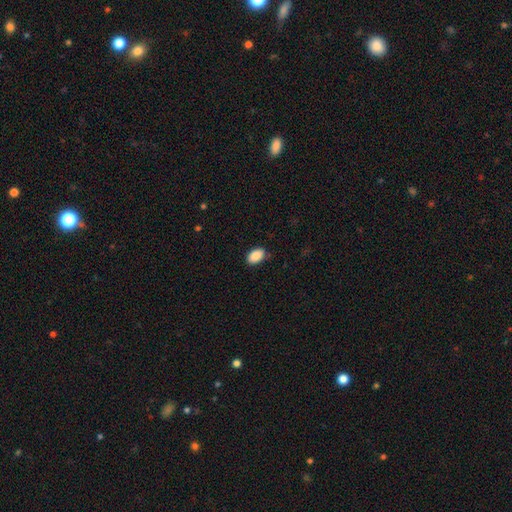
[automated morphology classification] A smooth galaxy with no disk features (90%) that is in between round and cigar-shaped (91%).

Vote fractions:
- Smooth or featured? smooth: 90% / star or artifact: 7% / featured or disk: 3%
- How rounded? in between: 91% / round: 7% / cigar-shaped: 1%
- Merging? none: 84% / minor disturbance: 12% / major disturbance: 2% / merger: 1%